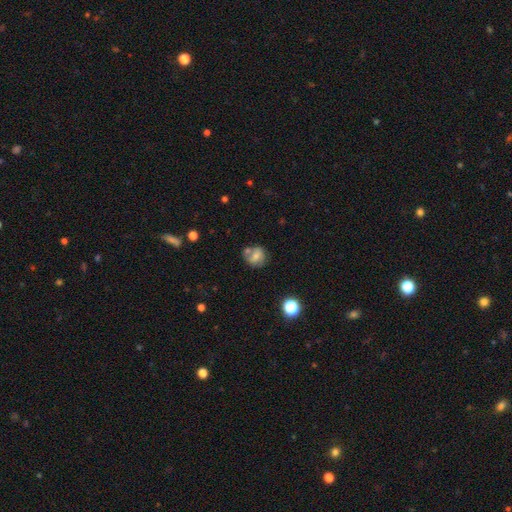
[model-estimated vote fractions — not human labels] The model was most divided on "merging": none: 53%, merger: 24%, minor disturbance: 17%, major disturbance: 6%. More confident: how rounded — round (77%); smooth or featured — smooth (64%).